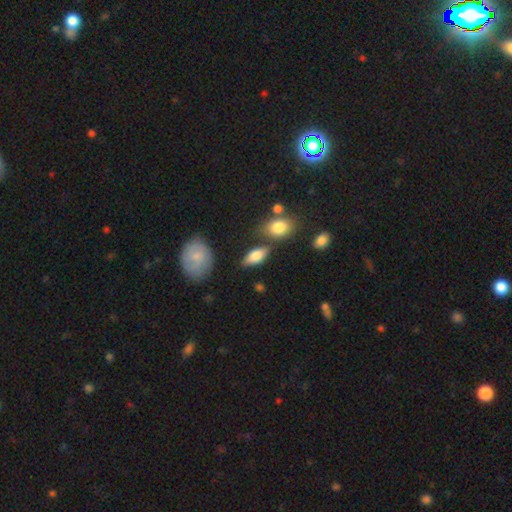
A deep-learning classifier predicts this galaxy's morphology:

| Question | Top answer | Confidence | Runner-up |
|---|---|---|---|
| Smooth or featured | smooth | 74% | featured or disk (19%) |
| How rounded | in between | 83% | cigar-shaped (11%) |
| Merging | none | 72% | minor disturbance (15%) |